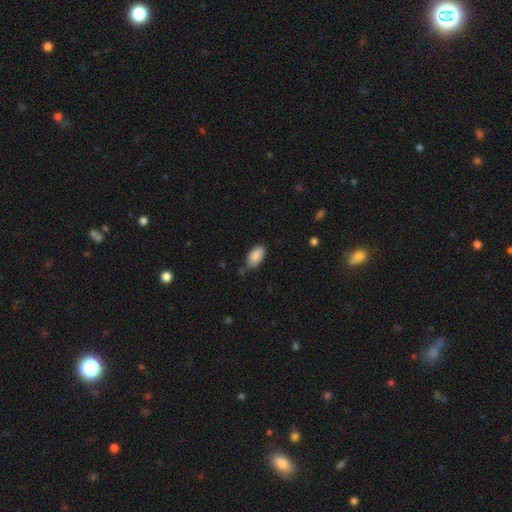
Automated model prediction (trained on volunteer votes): smooth-or-featured: smooth: 88% | star or artifact: 7% | featured or disk: 5%
  how-rounded: in between: 94% | round: 3% | cigar-shaped: 3%
  merging: none: 68% | minor disturbance: 24% | major disturbance: 4% | merger: 4%